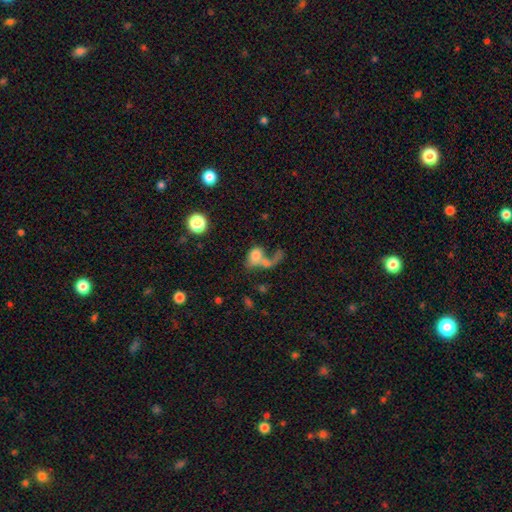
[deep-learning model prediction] This is likely a smooth galaxy (64%). How rounded: likely in between (70%). Merging: marginally merger (43%).